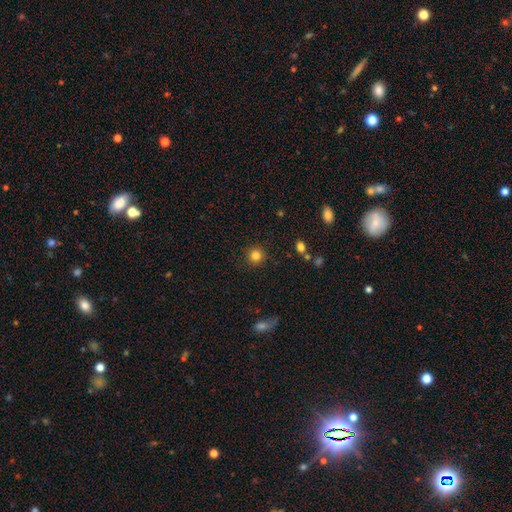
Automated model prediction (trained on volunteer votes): Smooth or featured: smooth — 83% (star or artifact — 12%)
How rounded: round — 94% (in between — 5%)
Merging: none — 90% (minor disturbance — 6%)